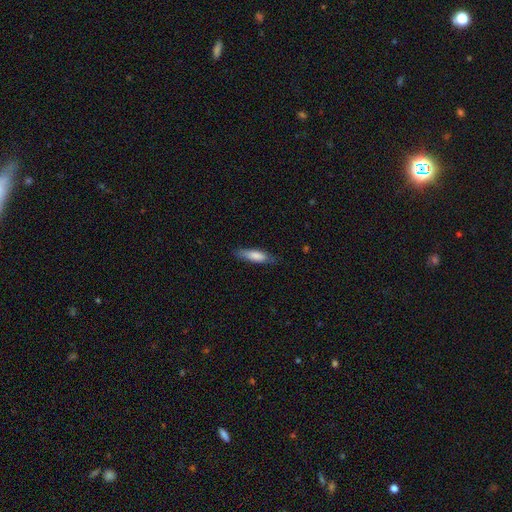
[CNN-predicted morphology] A smooth galaxy with no disk features (80%) that is cigar-shaped (60%). Merging: none (77%).